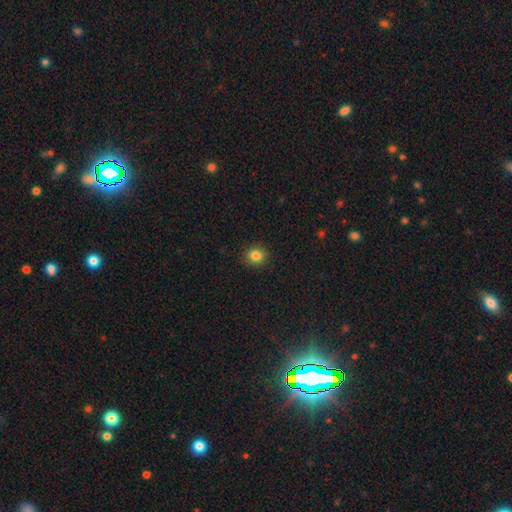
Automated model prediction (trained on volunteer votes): smooth 84%, star or artifact 11%, featured or disk 4%. Down the decision tree: how rounded — round (84%); merging — none (91%).